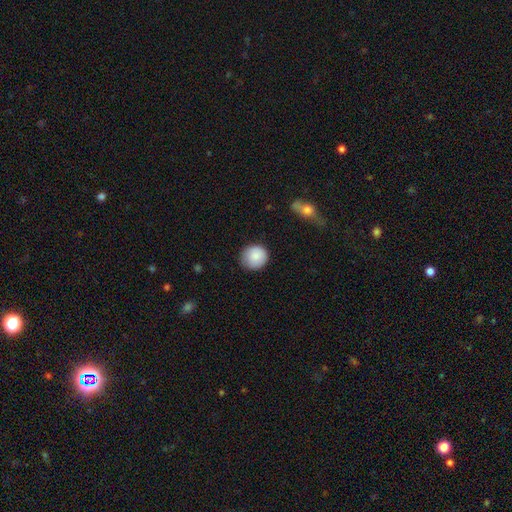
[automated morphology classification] smooth 87%, star or artifact 7%, featured or disk 6%. Down the decision tree: how rounded — round (89%); merging — none (85%).